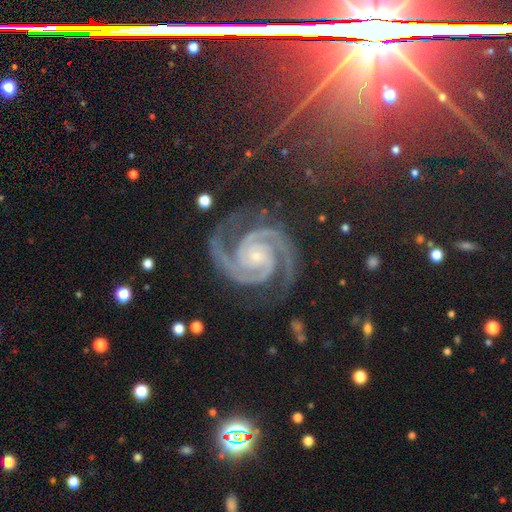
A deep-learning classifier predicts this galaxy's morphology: This is clearly a featured or disk galaxy (93%). It is clearly not viewed edge-on (99%). Bar: likely no (73%). Spiral arm pattern: clearly yes (99%). Spiral arm count: clearly 2 (88%). Spiral winding: likely tight (66%). Central bulge: clearly small (82%). Merging: likely none (78%).